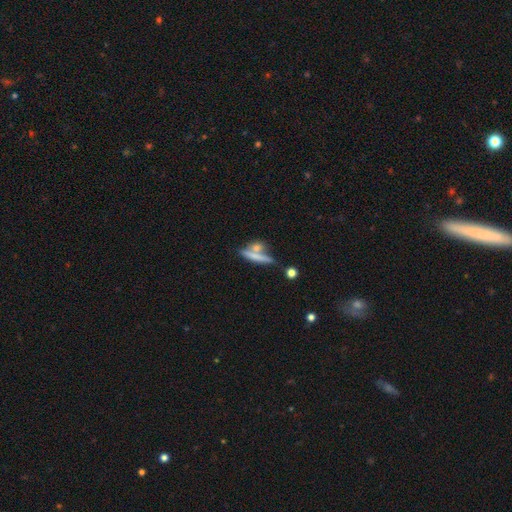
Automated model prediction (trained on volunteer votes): Morphology: type=smooth (59%); roundness=cigar-shaped (76%); merging=none (46%).